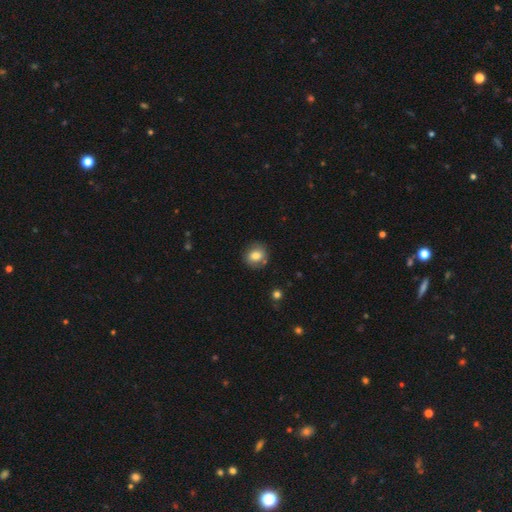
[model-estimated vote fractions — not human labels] A smooth galaxy with no disk features (74%) that is round (76%).

Vote fractions:
- Smooth or featured? smooth: 74% / featured or disk: 17% / star or artifact: 9%
- How rounded? round: 76% / in between: 23% / cigar-shaped: 1%
- Merging? none: 80% / minor disturbance: 13% / major disturbance: 4% / merger: 3%